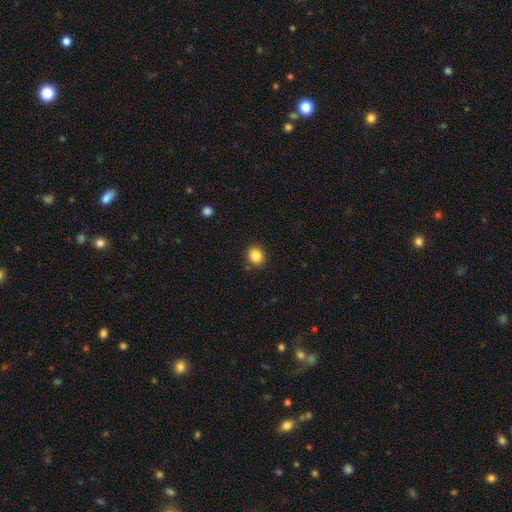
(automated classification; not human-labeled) Overall: smooth (86%). How rounded: round (81%). Merging: none (89%).